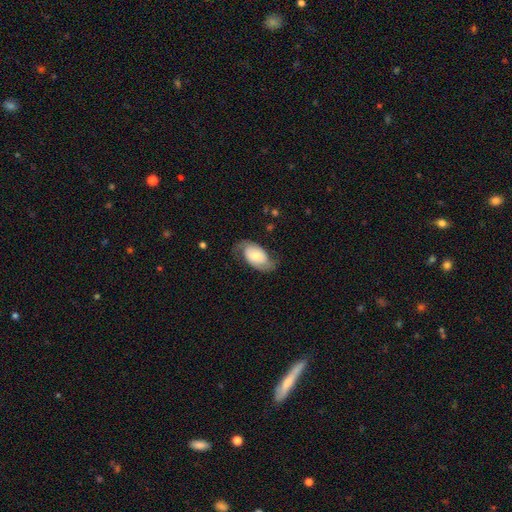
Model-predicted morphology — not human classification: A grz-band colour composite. It shows a featured or disk galaxy (58%) with no bar (67%), spiral arms (86%) and a small central bulge (42%). Merging: none (65%).